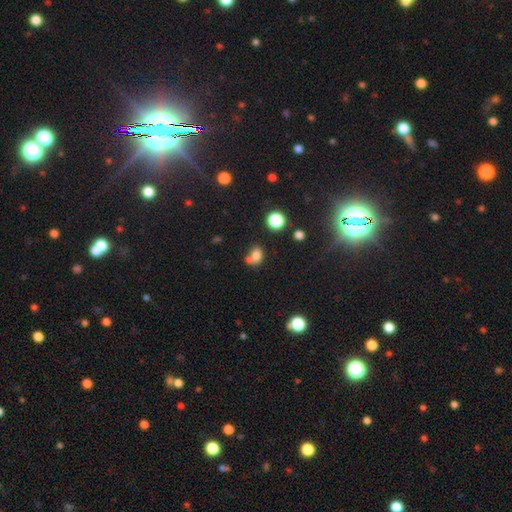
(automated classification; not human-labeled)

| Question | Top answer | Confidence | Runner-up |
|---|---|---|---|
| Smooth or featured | smooth | 76% | star or artifact (14%) |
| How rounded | in between | 55% | round (44%) |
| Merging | none | 42% | merger (41%) |